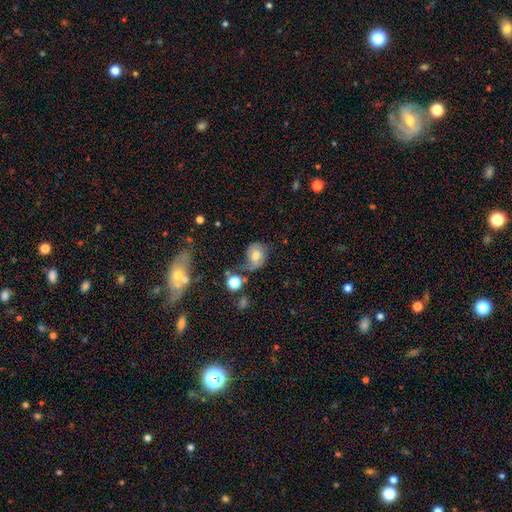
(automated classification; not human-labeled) Overall: smooth (57%; featured or disk 34%). How rounded: round (51%; in between 48%). Merging: none (39%; minor disturbance 30%).